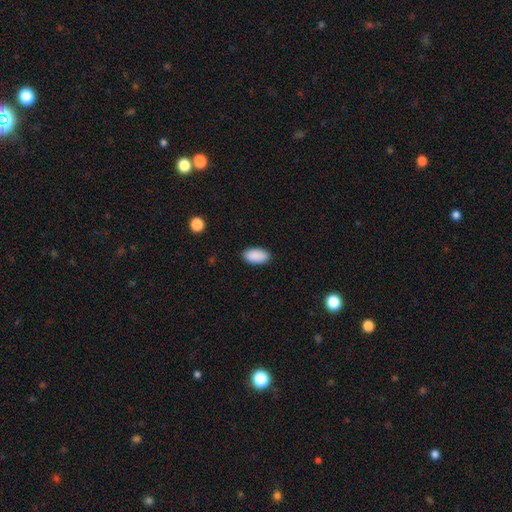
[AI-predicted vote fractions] Smooth or featured? Predicted: smooth (p=0.91). How rounded? Predicted: in between (p=0.95). Merging? Predicted: none (p=0.89).